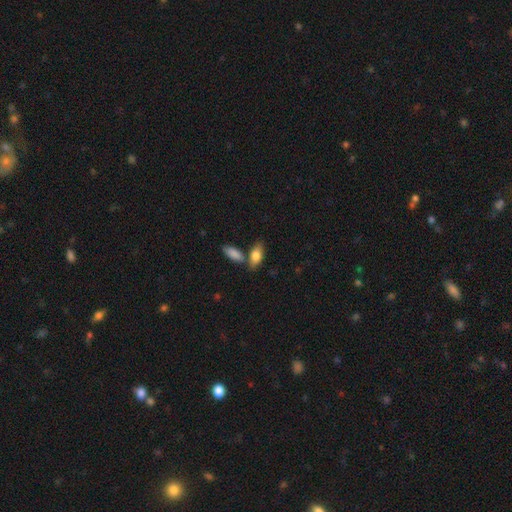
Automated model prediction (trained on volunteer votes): The model was most divided on "merging": none: 60%, merger: 24%, minor disturbance: 13%, major disturbance: 3%. More confident: how rounded — in between (85%); smooth or featured — smooth (82%).